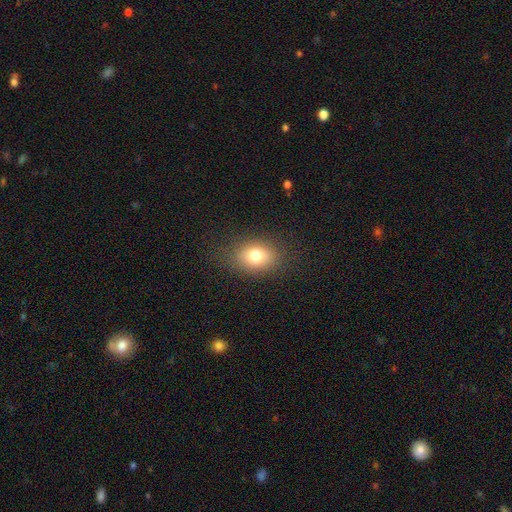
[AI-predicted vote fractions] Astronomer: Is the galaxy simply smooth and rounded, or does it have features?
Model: smooth — 79%.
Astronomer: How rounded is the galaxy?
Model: in between — 66%.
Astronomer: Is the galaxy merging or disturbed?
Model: none — 82%.